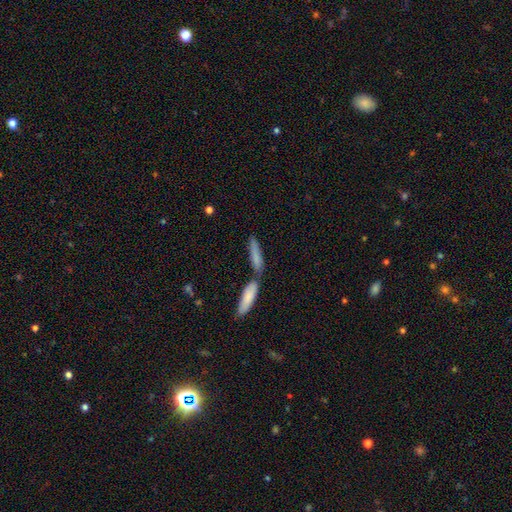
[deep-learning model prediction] Smooth or featured: smooth — 76% (featured or disk — 17%)
How rounded: cigar-shaped — 80% (in between — 19%)
Merging: none — 52% (merger — 35%)